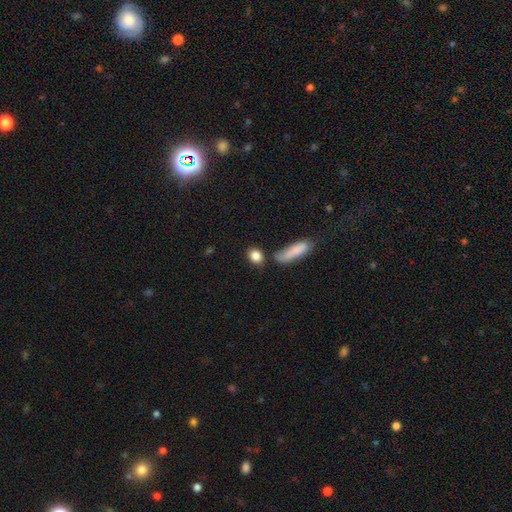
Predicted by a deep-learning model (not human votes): Smooth or featured? smooth (85%)
How rounded? in between (47%)
Merging? none (70%)